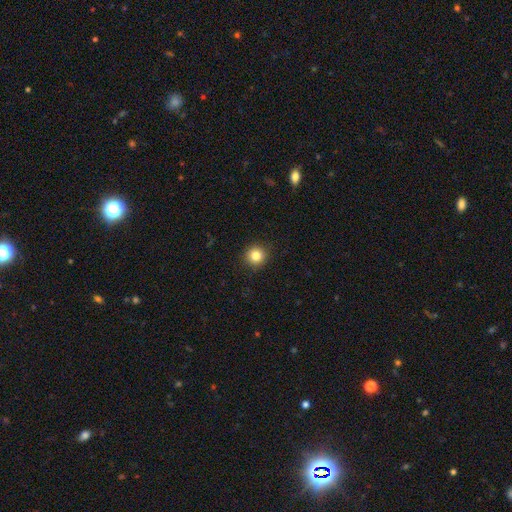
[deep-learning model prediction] A smooth galaxy with no disk features (83%) that is round (94%).

Vote fractions:
- Smooth or featured? smooth: 83% / star or artifact: 11% / featured or disk: 6%
- How rounded? round: 94% / in between: 5% / cigar-shaped: 1%
- Merging? none: 92% / minor disturbance: 5% / major disturbance: 2% / merger: 1%